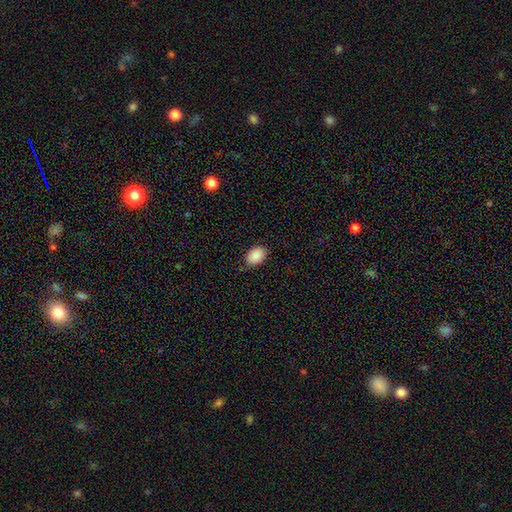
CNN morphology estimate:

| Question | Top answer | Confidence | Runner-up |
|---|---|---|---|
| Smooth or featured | smooth | 89% | star or artifact (7%) |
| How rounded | in between | 82% | round (17%) |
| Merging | none | 81% | minor disturbance (15%) |